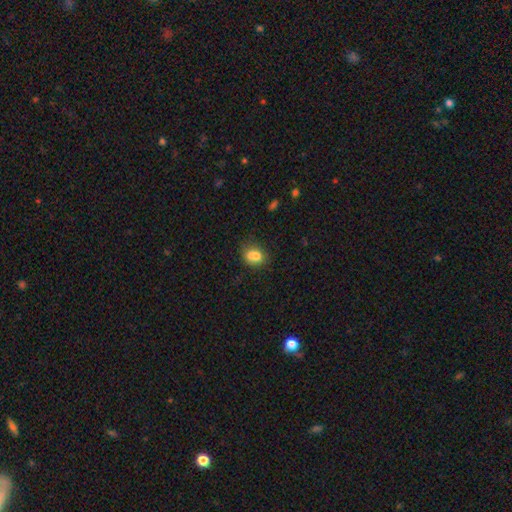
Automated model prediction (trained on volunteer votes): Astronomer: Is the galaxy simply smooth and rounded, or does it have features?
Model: smooth — 78%.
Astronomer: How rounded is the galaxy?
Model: in between — 58% (runner-up: round, 41%).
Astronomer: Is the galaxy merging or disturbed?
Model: none — 53%.